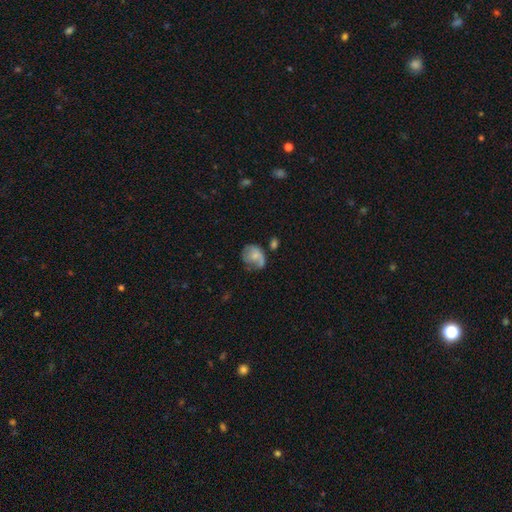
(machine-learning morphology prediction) A smooth galaxy with no disk features (51%) that is in between round and cigar-shaped (52%). Merging: none (37%).